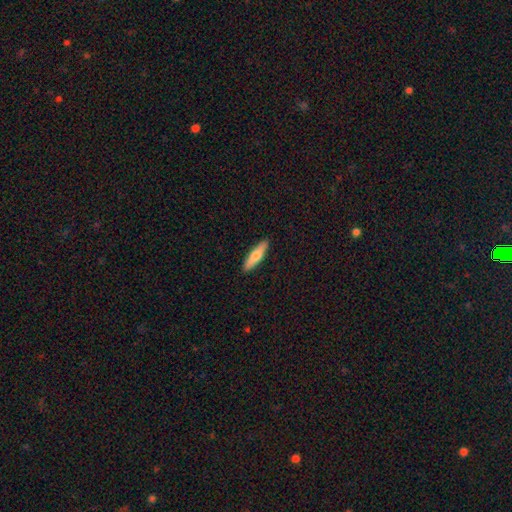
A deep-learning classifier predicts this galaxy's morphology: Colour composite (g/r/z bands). It shows a smooth galaxy with no disk features (64%) that is cigar-shaped (73%). Merging: none (91%).